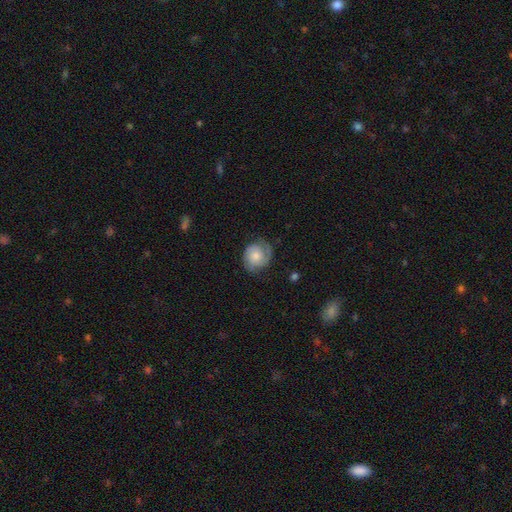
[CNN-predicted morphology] This is possibly a featured or disk galaxy (58%). It is clearly not viewed edge-on (98%). Bar: likely no (77%). Spiral arm pattern: clearly yes (90%). Spiral arm count: likely 2 (61%). Spiral winding: possibly tight (55%). Central bulge: marginally moderate (44%). Merging: likely none (68%).